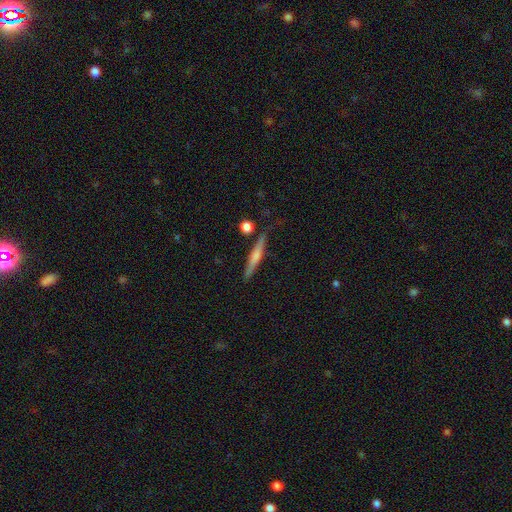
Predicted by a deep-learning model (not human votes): This appears to be a featured or disk galaxy (48%). Merging: none (81%).